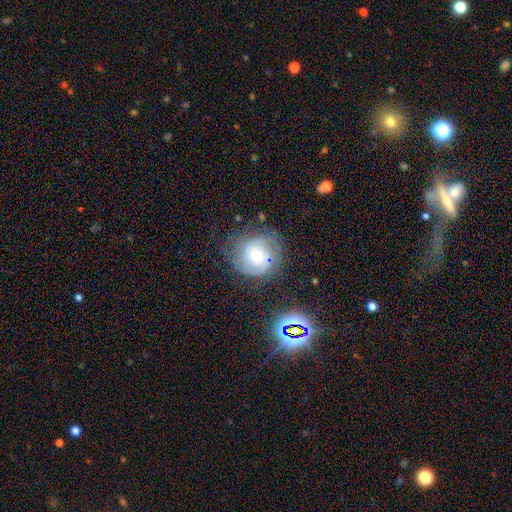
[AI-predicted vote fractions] smooth-or-featured: featured or disk: 76% | smooth: 15% | star or artifact: 10%
  disk-edge-on: no: 98% | yes: 2%
    bar: no: 71% | weak: 24% | strong: 5%
    has-spiral-arms: yes: 94% | no: 6%
      spiral-winding: tight: 61% | medium: 31% | loose: 8%
      spiral-arm-count: 2: 37% | can't tell: 29% | 3: 20% | 1: 5% | 4: 5% | more than 4: 4%
    bulge-size: moderate: 54% | small: 37% | large: 6% | none: 2% | dominant: 1%
  merging: none: 70% | minor disturbance: 18% | major disturbance: 9% | merger: 2%